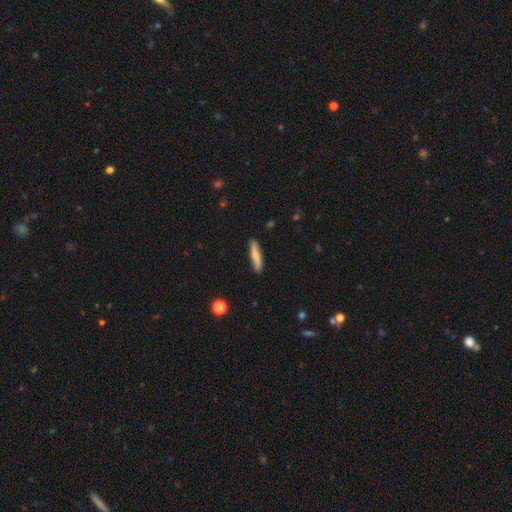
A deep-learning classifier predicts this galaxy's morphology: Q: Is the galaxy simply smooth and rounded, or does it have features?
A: smooth — 71%.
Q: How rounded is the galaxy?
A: cigar-shaped — 81%.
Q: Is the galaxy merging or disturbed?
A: none — 86%.